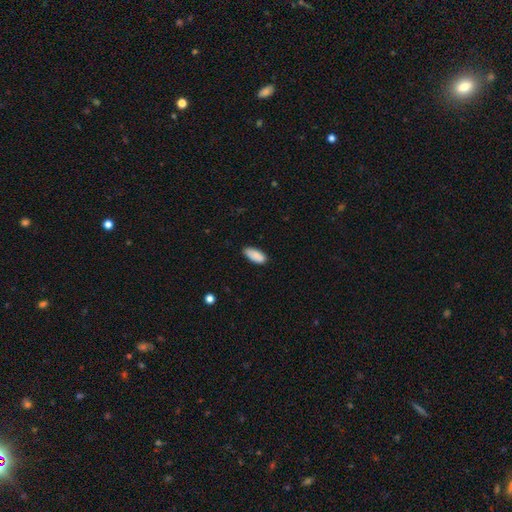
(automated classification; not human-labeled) A smooth galaxy with no disk features (87%) that is in between round and cigar-shaped (84%).

Vote fractions:
- Smooth or featured? smooth: 87% / star or artifact: 7% / featured or disk: 6%
- How rounded? in between: 84% / cigar-shaped: 14% / round: 2%
- Merging? none: 78% / minor disturbance: 18% / major disturbance: 3% / merger: 2%